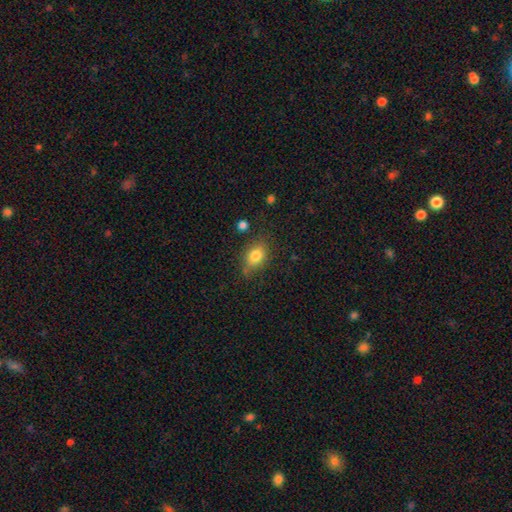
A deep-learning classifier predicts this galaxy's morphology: smooth 81%, star or artifact 9%, featured or disk 9%. Down the decision tree: how rounded — in between (75%); merging — none (73%).